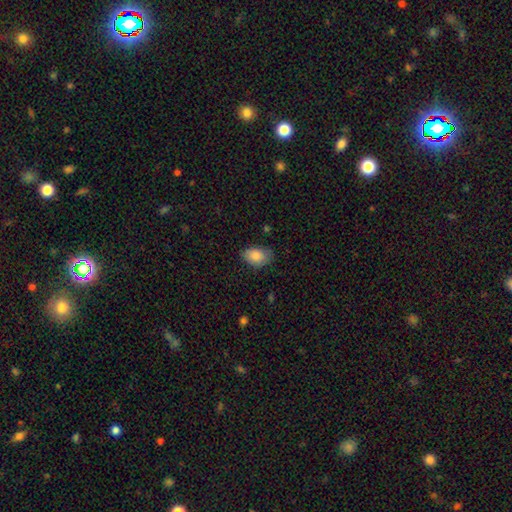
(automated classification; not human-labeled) The model was most divided on "merging": none: 74%, minor disturbance: 21%, major disturbance: 4%, merger: 1%. More confident: smooth or featured — smooth (84%); how rounded — in between (84%).